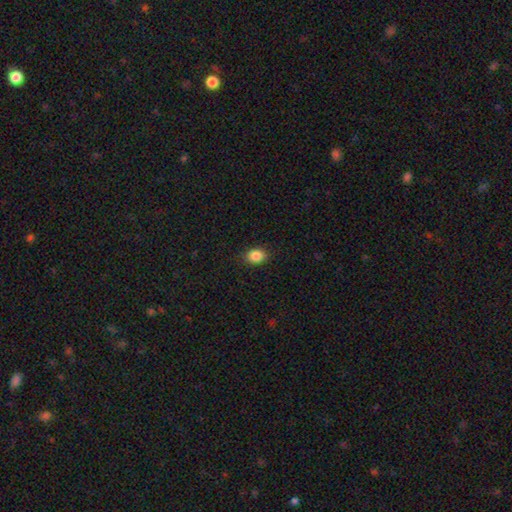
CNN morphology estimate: A smooth galaxy with no disk features (87%) that is in between round and cigar-shaped (60%).

Vote fractions:
- Smooth or featured? smooth: 87% / star or artifact: 9% / featured or disk: 4%
- How rounded? in between: 60% / round: 39% / cigar-shaped: 1%
- Merging? none: 88% / minor disturbance: 9% / major disturbance: 2% / merger: 1%